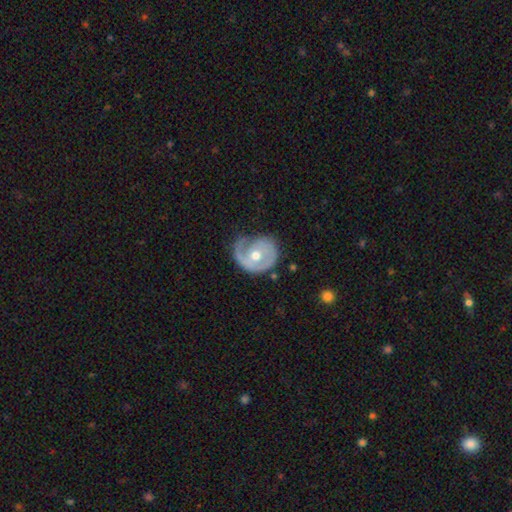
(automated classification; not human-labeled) The model was most divided on "merging": none: 49%, minor disturbance: 28%, major disturbance: 20%, merger: 3%. More confident: edge-on disk — no (97%); spiral arms — yes (82%); bar — no (76%); smooth or featured — featured or disk (75%); bulge size — moderate (70%); spiral arm count — 1 (62%); spiral winding — tight (52%).